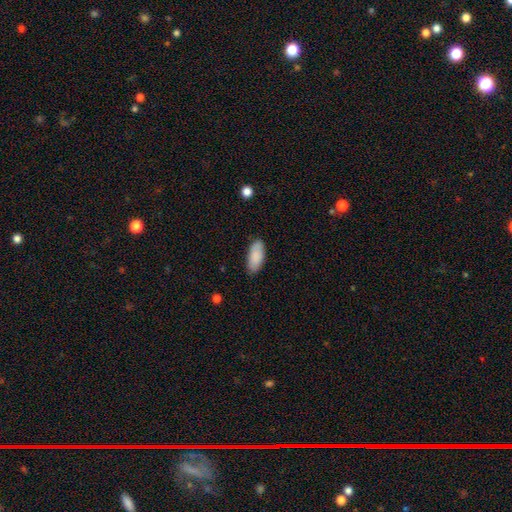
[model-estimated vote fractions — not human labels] smooth 88%, featured or disk 6%, star or artifact 6%. Down the decision tree: how rounded — in between (88%); merging — none (86%).